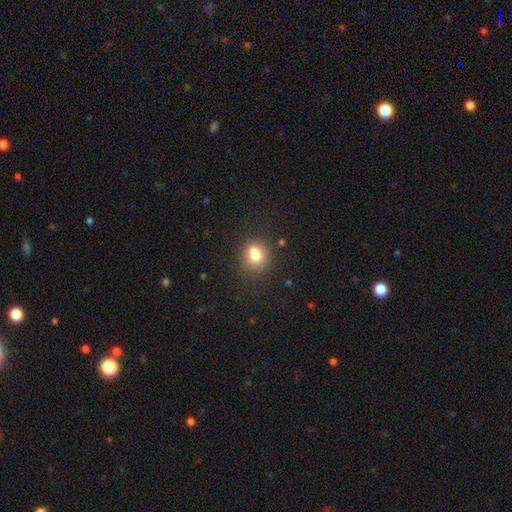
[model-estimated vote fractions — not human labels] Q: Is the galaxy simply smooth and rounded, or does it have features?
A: smooth — 74%.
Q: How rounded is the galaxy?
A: round — 66%.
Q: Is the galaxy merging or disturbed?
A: none — 56%.